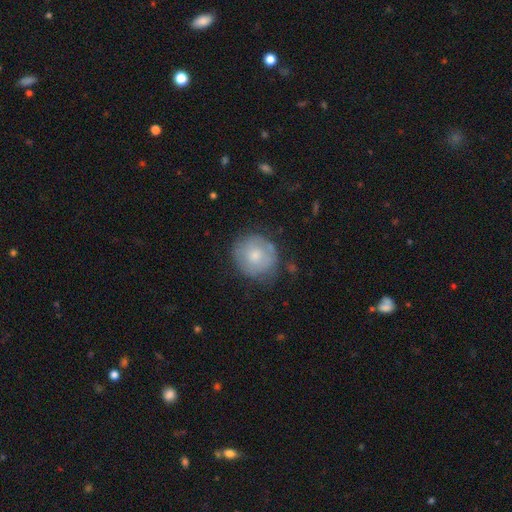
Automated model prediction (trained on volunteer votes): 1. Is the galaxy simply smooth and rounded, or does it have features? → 62% smooth, 32% featured or disk, 7% star or artifact.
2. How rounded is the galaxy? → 87% round, 12% in between, 1% cigar-shaped.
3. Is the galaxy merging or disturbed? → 71% none, 20% minor disturbance, 7% major disturbance, 2% merger.